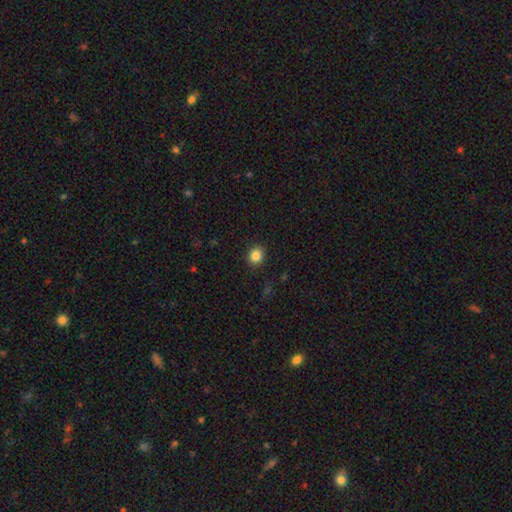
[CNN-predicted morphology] A smooth galaxy with no disk features (85%) that is round (77%).

Vote fractions:
- Smooth or featured? smooth: 85% / star or artifact: 11% / featured or disk: 5%
- How rounded? round: 77% / in between: 22% / cigar-shaped: 1%
- Merging? none: 90% / minor disturbance: 7% / major disturbance: 2% / merger: 1%